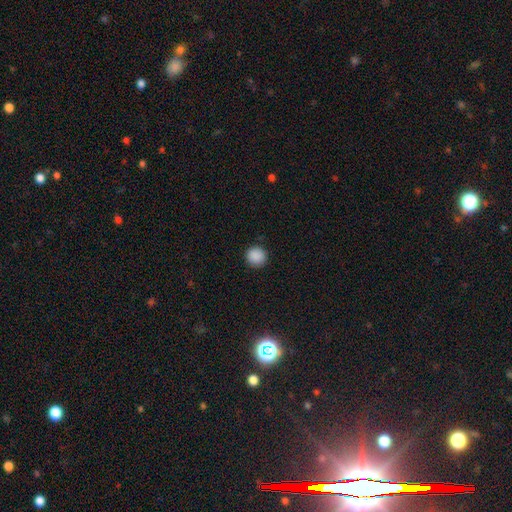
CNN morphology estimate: Overall: smooth (89%). How rounded: round (93%). Merging: none (91%).